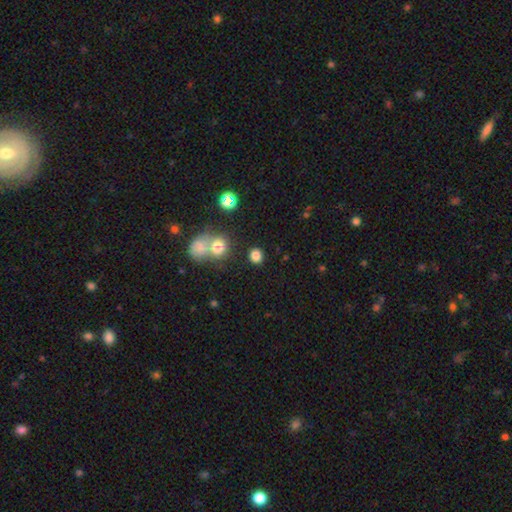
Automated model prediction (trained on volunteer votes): Smooth or featured?
  - smooth: 81% *
  - star or artifact: 14%
  - featured or disk: 5%
How rounded?
  - round: 78% *
  - in between: 21%
  - cigar-shaped: 1%
Merging?
  - none: 80% *
  - merger: 9%
  - minor disturbance: 8%
  - major disturbance: 3%